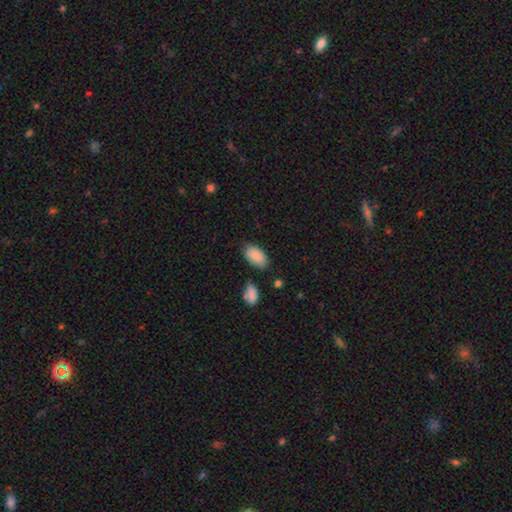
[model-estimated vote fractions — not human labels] A smooth galaxy with no disk features (84%) that is in between round and cigar-shaped (94%). Merging: none (73%).